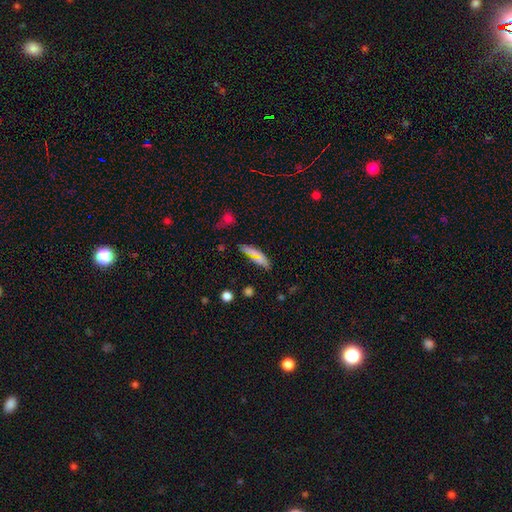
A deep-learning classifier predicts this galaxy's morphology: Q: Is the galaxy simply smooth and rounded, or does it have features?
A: smooth — 69%.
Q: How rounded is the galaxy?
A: cigar-shaped — 63%.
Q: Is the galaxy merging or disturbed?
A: none — 75%.